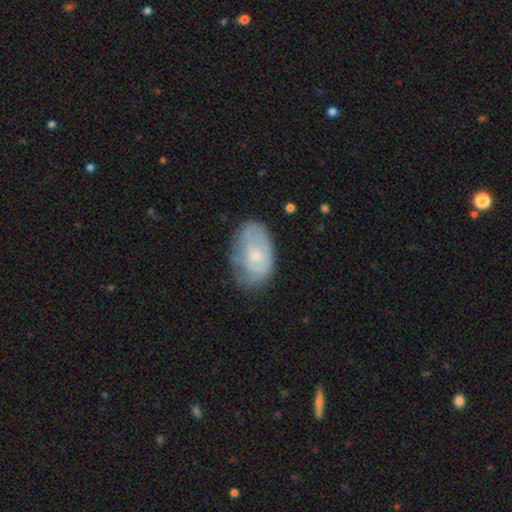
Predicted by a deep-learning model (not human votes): This is possibly a smooth galaxy (54%). How rounded: clearly in between (89%). Merging: possibly none (56%).